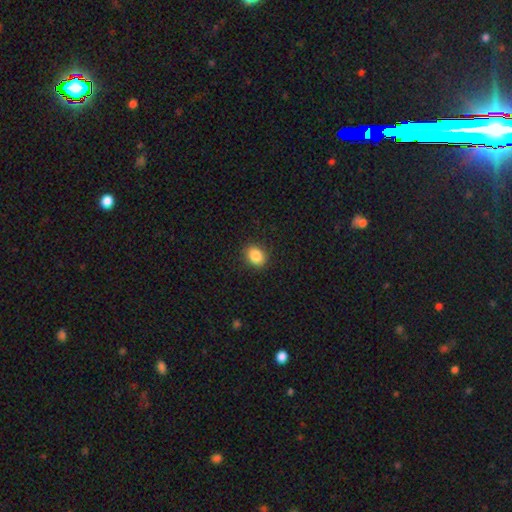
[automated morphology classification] A smooth galaxy with no disk features (86%) that is in between round and cigar-shaped (52%).

Vote fractions:
- Smooth or featured? smooth: 86% / star or artifact: 9% / featured or disk: 4%
- How rounded? in between: 52% / round: 47% / cigar-shaped: 1%
- Merging? none: 89% / minor disturbance: 8% / major disturbance: 2% / merger: 1%